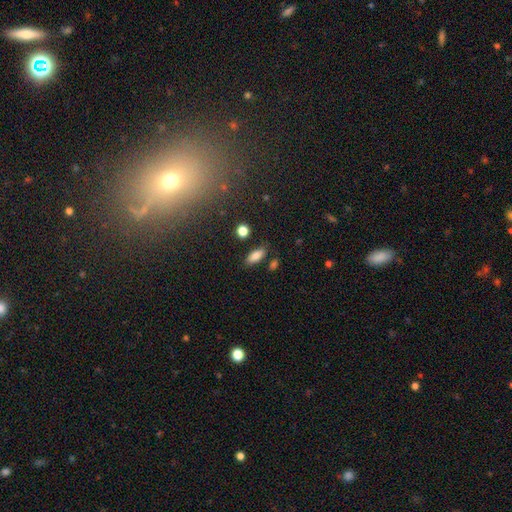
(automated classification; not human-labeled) A smooth galaxy with no disk features (84%) that is in between round and cigar-shaped (83%).

Vote fractions:
- Smooth or featured? smooth: 84% / star or artifact: 9% / featured or disk: 7%
- How rounded? in between: 83% / cigar-shaped: 13% / round: 4%
- Merging? none: 80% / minor disturbance: 13% / merger: 5% / major disturbance: 3%